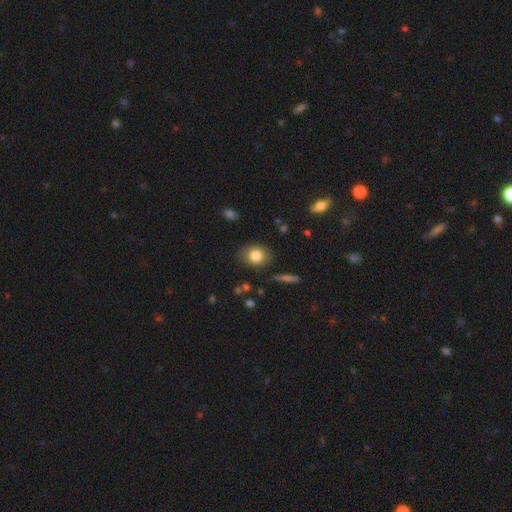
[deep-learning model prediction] Smooth or featured? Predicted: smooth (p=0.82). How rounded? Predicted: round (p=0.51). Merging? Predicted: none (p=0.82).